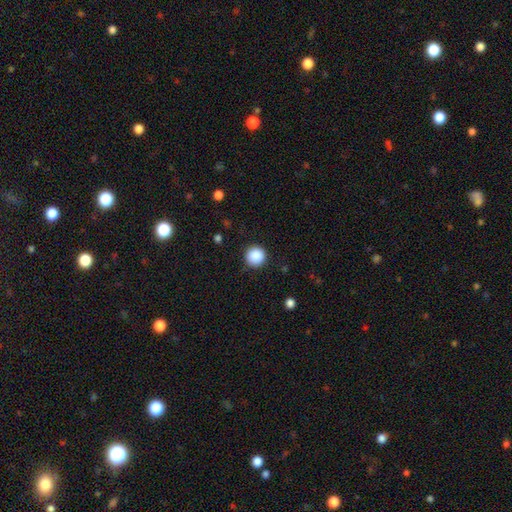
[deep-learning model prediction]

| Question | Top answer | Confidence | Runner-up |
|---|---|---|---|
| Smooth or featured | smooth | 88% | star or artifact (9%) |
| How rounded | round | 96% | in between (3%) |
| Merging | none | 91% | minor disturbance (6%) |